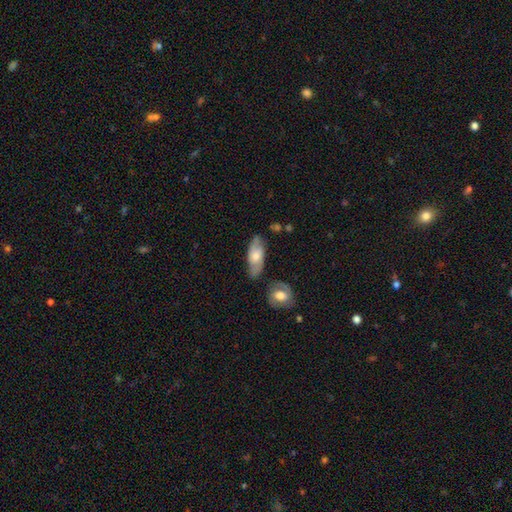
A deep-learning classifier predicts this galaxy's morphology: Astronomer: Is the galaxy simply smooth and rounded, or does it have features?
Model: smooth — 50% (runner-up: featured or disk, 44%).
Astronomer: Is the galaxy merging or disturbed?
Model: none — 69%.